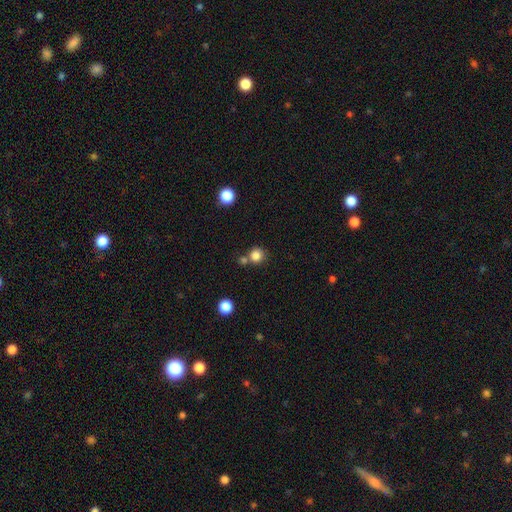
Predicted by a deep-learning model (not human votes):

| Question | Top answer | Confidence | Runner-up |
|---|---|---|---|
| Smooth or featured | smooth | 83% | star or artifact (12%) |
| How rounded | round | 91% | in between (8%) |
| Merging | none | 67% | merger (22%) |